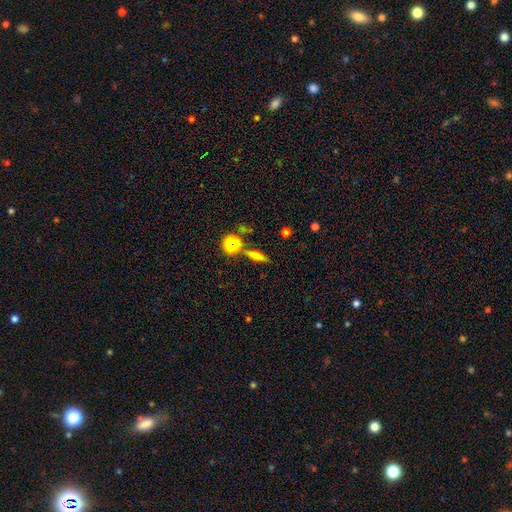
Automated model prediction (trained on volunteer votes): smooth 48%, featured or disk 36%, star or artifact 15%. Down the decision tree: merging — none (79%).